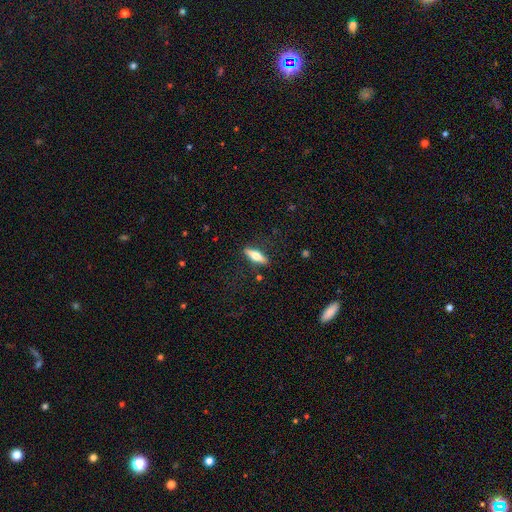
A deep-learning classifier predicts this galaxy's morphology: Smooth or featured?
  - smooth: 49% *
  - featured or disk: 45%
  - star or artifact: 6%
Merging?
  - none: 86% *
  - minor disturbance: 10%
  - major disturbance: 3%
  - merger: 1%